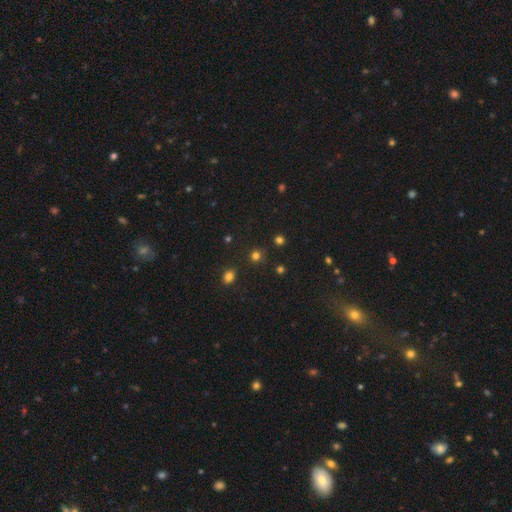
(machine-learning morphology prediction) The model was most divided on "smooth or featured": smooth: 73%, star or artifact: 23%, featured or disk: 5%. More confident: how rounded — round (89%); merging — none (86%).